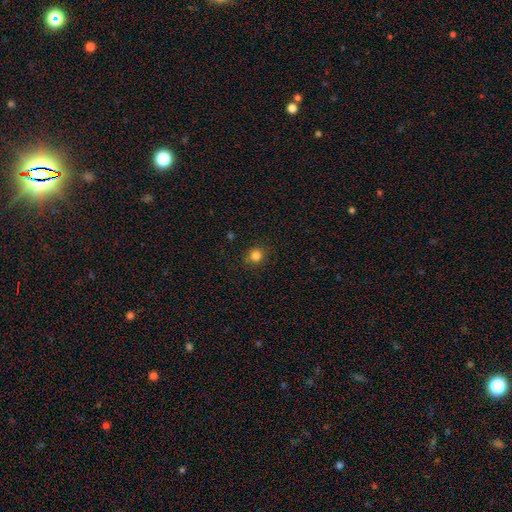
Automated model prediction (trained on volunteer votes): Morphology: type=smooth (83%); roundness=round (86%); merging=none (87%).